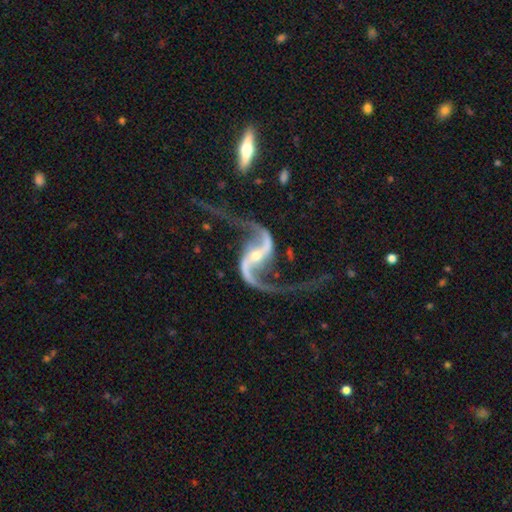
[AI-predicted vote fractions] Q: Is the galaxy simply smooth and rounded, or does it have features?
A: featured or disk — 94%.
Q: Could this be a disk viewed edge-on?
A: no — 97%.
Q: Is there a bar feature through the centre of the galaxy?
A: strong — 47%.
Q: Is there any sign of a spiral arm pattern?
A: yes — 98%.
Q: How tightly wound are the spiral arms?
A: loose — 84%.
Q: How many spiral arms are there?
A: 2 — 95%.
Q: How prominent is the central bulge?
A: small — 62%.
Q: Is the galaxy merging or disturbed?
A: none — 66%.